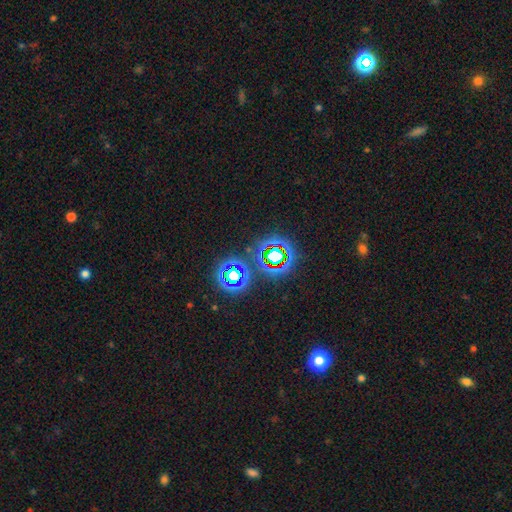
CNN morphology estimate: Smooth or featured? Predicted: star or artifact (p=0.52).